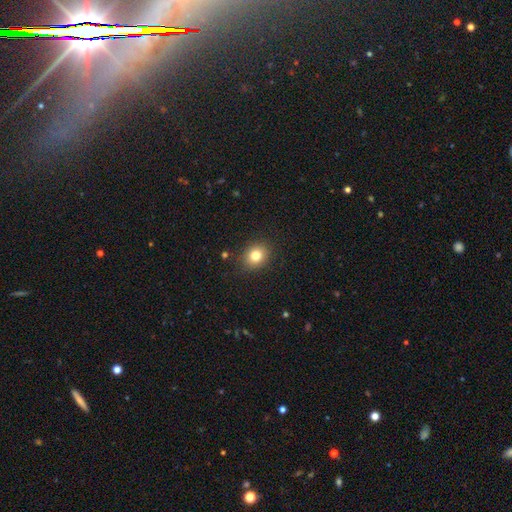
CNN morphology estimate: Smooth or featured: smooth — 79% (star or artifact — 12%)
How rounded: round — 68% (in between — 31%)
Merging: none — 88% (minor disturbance — 8%)